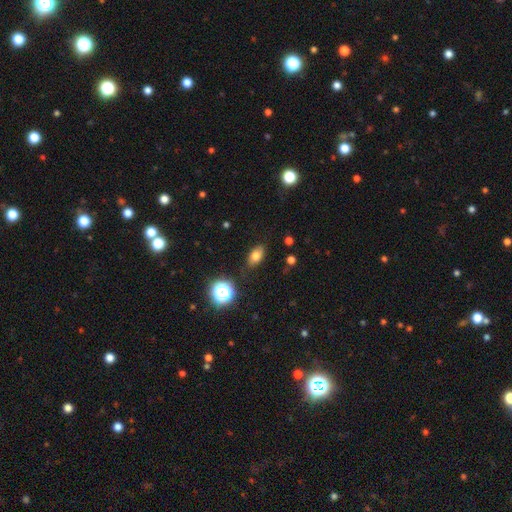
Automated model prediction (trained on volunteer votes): This appears to be a smooth galaxy with no disk features (75%) that is in between round and cigar-shaped (86%). Merging: none (84%).